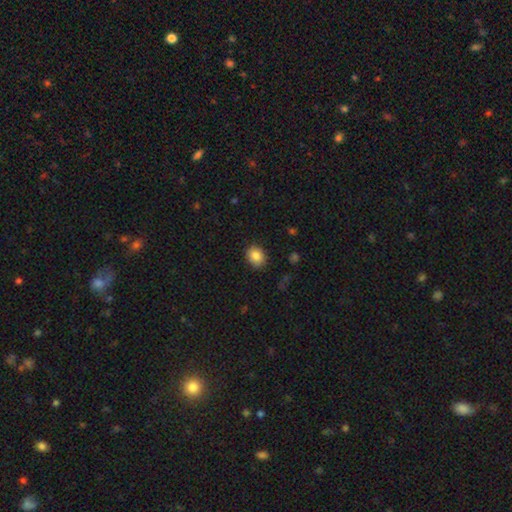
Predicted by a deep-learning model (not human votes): Q: Smooth or featured?
A: smooth (85%); runner-up: star or artifact (9%)
Q: How rounded?
A: round (57%); runner-up: in between (42%)
Q: Merging?
A: none (87%); runner-up: minor disturbance (10%)